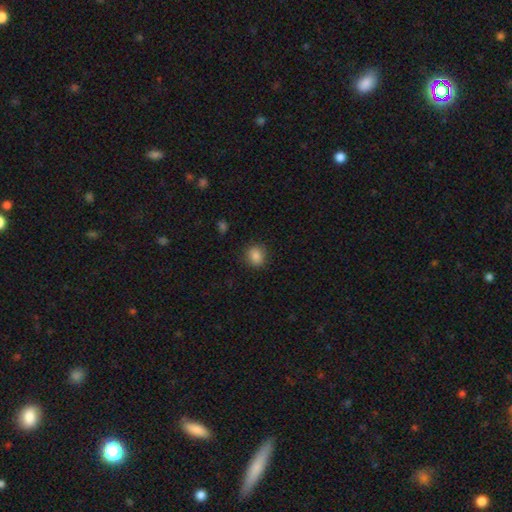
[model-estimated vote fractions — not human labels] Smooth or featured? Predicted: smooth (p=0.86). How rounded? Predicted: round (p=0.73). Merging? Predicted: none (p=0.86).